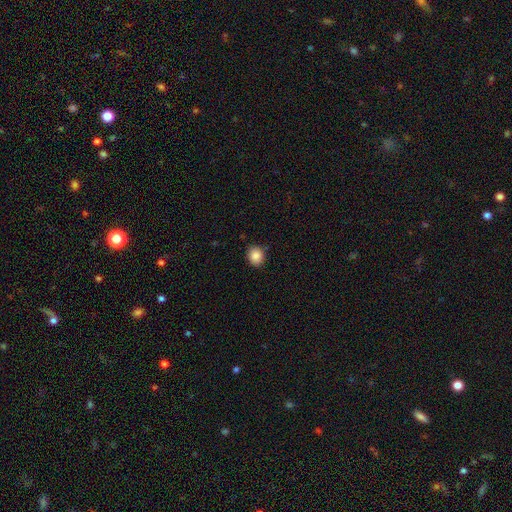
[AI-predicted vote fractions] This appears to be a smooth galaxy with no disk features (87%) that is round (72%). Merging: none (86%).